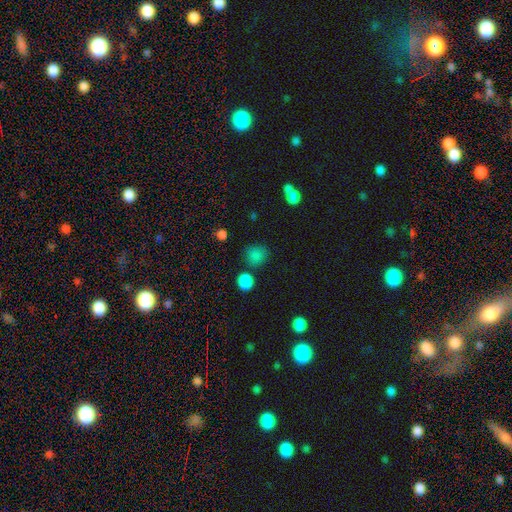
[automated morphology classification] type=smooth (82%); roundness=round (80%); merging=none (74%).